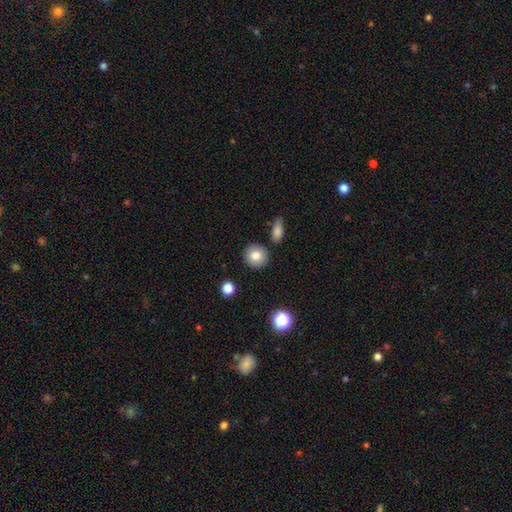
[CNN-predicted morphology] This appears to be a smooth galaxy with no disk features (82%) that is round (89%). Merging: none (87%).